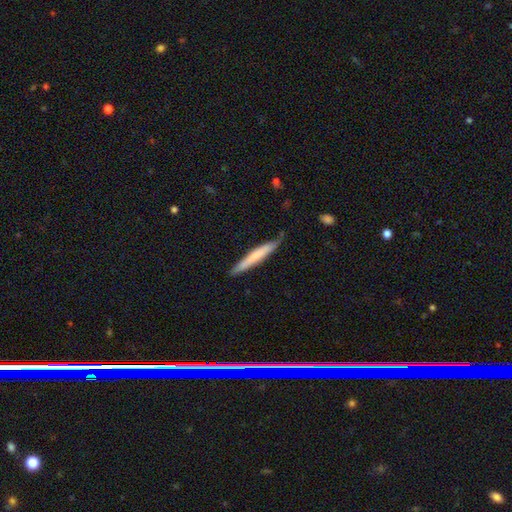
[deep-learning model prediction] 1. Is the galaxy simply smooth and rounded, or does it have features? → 62% smooth, 33% featured or disk, 5% star or artifact.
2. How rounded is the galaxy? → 95% cigar-shaped, 3% in between, 1% round.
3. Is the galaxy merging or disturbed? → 80% none, 16% minor disturbance, 2% major disturbance, 2% merger.